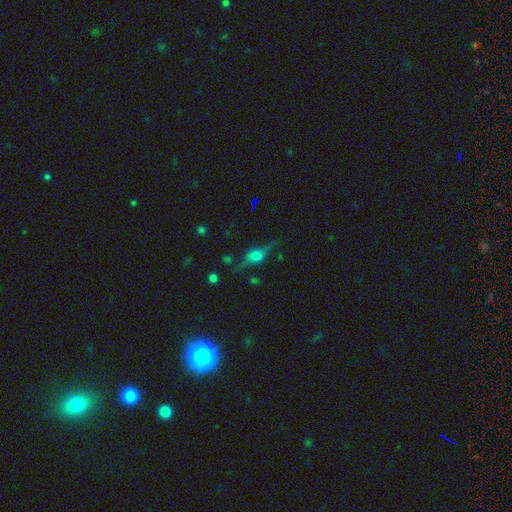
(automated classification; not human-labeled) Morphology: type=featured or disk (54%); edge-on=yes (89%); merging=none (71%).